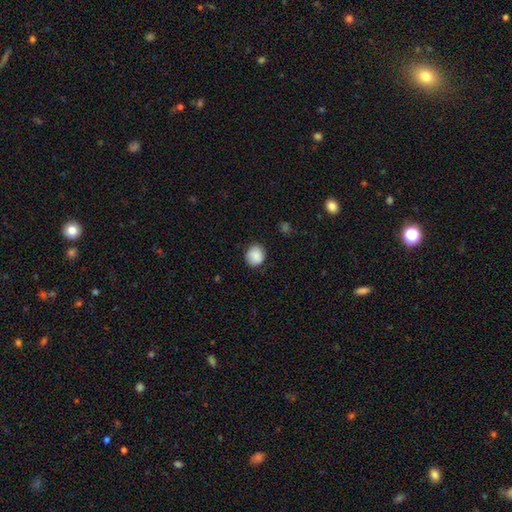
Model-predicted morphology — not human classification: This appears to be a smooth galaxy with no disk features (88%) that is round (80%). Merging: none (84%).